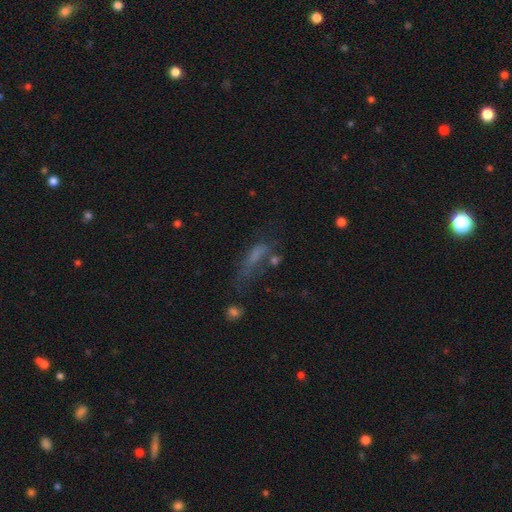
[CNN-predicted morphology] This appears to be a smooth galaxy with no disk features (53%) that is cigar-shaped (50%). Merging: none (37%).